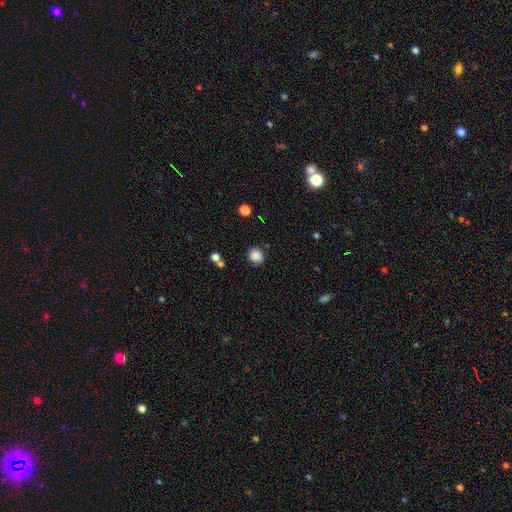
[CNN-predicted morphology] smooth_or_featured: smooth (p=0.85) [alt: star or artifact p=0.10]
how_rounded: round (p=0.85) [alt: in between p=0.14]
merging: none (p=0.82) [alt: minor disturbance p=0.12]